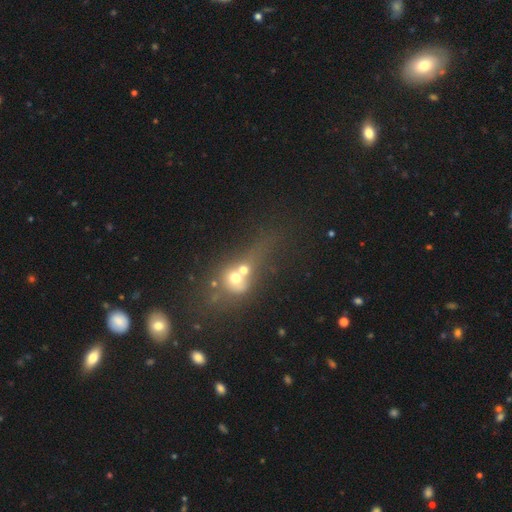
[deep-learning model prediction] Smooth or featured? Predicted: smooth (p=0.40). Merging? Predicted: merger (p=0.59).